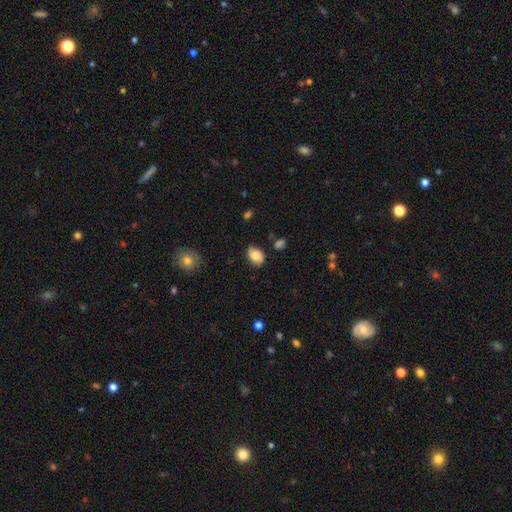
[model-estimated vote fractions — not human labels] Smooth or featured?
  - smooth: 82% *
  - featured or disk: 11%
  - star or artifact: 8%
How rounded?
  - in between: 79% *
  - round: 20%
  - cigar-shaped: 1%
Merging?
  - none: 76% *
  - minor disturbance: 18%
  - major disturbance: 4%
  - merger: 2%